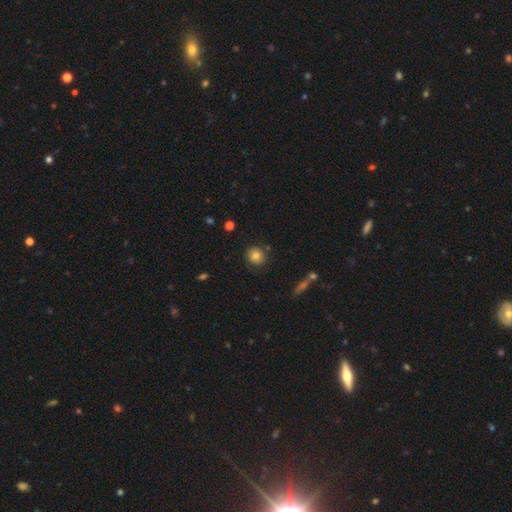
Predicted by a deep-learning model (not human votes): Smooth or featured?
  - smooth: 81% *
  - star or artifact: 10%
  - featured or disk: 9%
How rounded?
  - round: 88% *
  - in between: 11%
  - cigar-shaped: 1%
Merging?
  - none: 86% *
  - minor disturbance: 9%
  - merger: 2%
  - major disturbance: 2%